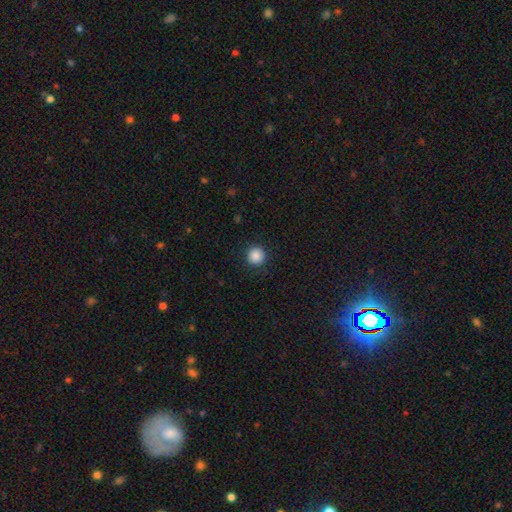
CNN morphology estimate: smooth_or_featured: smooth (p=0.87) [alt: star or artifact p=0.10]
how_rounded: round (p=0.95) [alt: in between p=0.04]
merging: none (p=0.91) [alt: minor disturbance p=0.06]